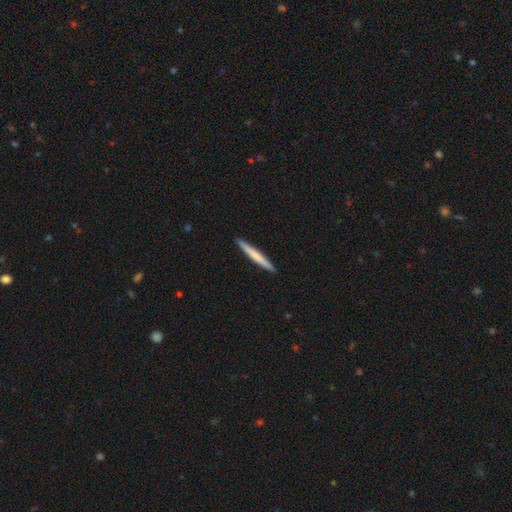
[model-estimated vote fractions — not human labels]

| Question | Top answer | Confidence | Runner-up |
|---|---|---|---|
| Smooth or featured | smooth | 62% | featured or disk (33%) |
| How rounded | cigar-shaped | 97% | in between (2%) |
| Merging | none | 93% | minor disturbance (5%) |